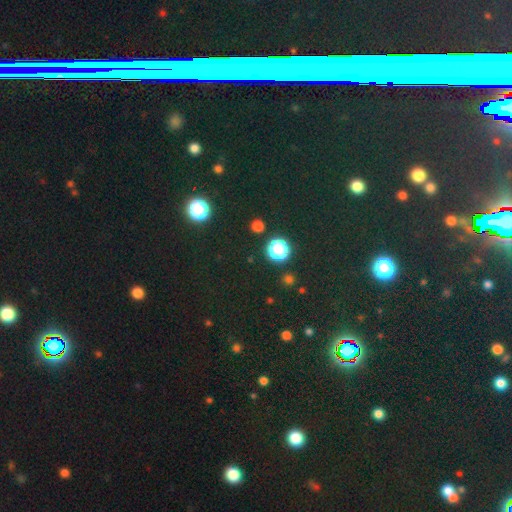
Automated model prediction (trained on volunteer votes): This appears to be a star or artifact, not a galaxy (77%).